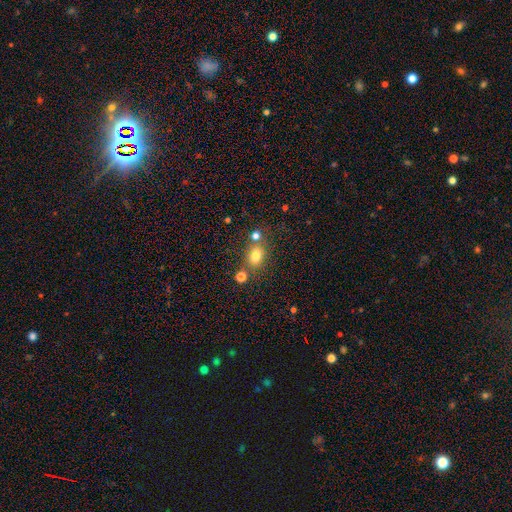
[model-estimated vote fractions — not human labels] Smooth or featured? Predicted: smooth (p=0.76). How rounded? Predicted: in between (p=0.60). Merging? Predicted: none (p=0.63).